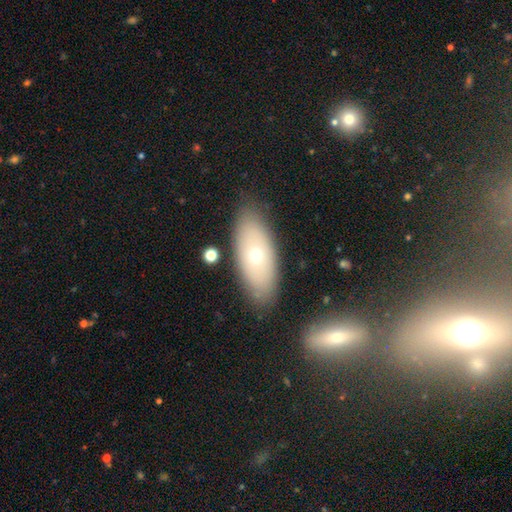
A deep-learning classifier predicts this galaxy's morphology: A smooth galaxy with no disk features (61%) that is in between round and cigar-shaped (84%).

Vote fractions:
- Smooth or featured? smooth: 61% / featured or disk: 31% / star or artifact: 8%
- How rounded? in between: 84% / cigar-shaped: 12% / round: 4%
- Merging? none: 82% / minor disturbance: 11% / merger: 4% / major disturbance: 3%